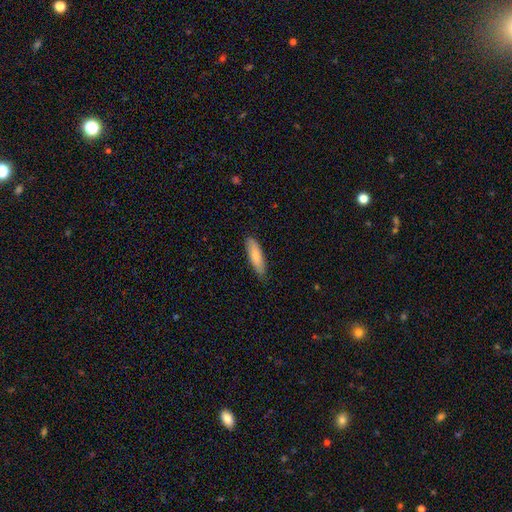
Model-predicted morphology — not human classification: Smooth or featured? Predicted: smooth (p=0.81). How rounded? Predicted: cigar-shaped (p=0.57). Merging? Predicted: none (p=0.82).